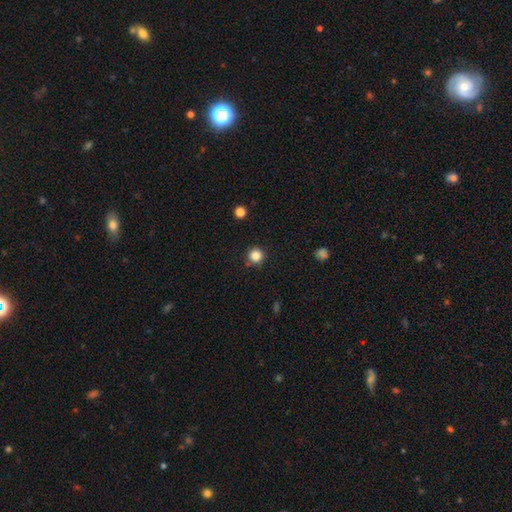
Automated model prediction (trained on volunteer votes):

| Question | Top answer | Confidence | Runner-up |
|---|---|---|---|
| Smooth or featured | smooth | 85% | star or artifact (12%) |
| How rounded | round | 96% | in between (4%) |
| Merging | none | 89% | minor disturbance (6%) |